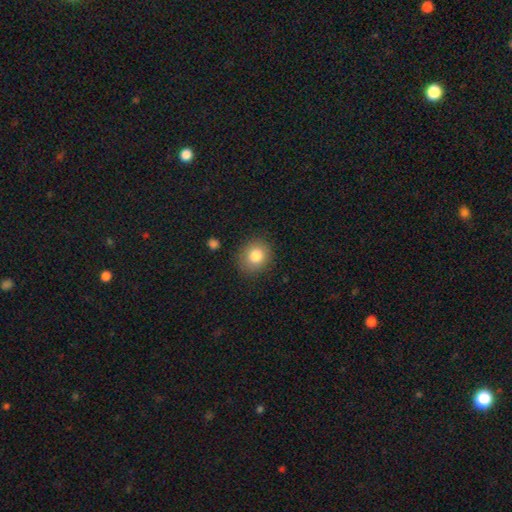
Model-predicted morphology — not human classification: type=smooth (82%); roundness=round (79%); merging=none (86%).